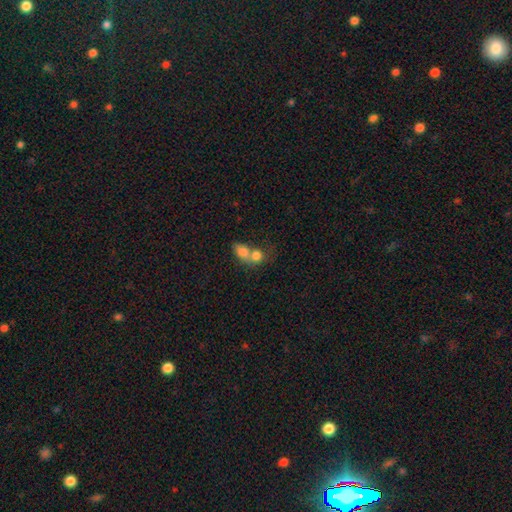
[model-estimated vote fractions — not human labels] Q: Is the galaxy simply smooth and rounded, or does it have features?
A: smooth — 76%.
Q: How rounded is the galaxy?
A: in between — 52%.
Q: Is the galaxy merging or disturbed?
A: merger — 71%.